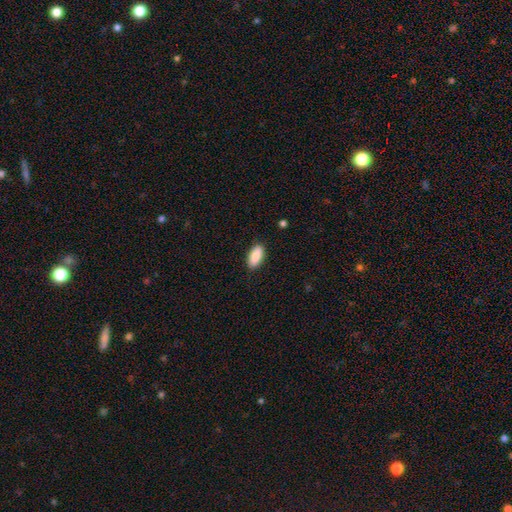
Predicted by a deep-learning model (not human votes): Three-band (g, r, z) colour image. It shows a smooth galaxy with no disk features (89%) that is in between round and cigar-shaped (90%). Merging: none (88%).